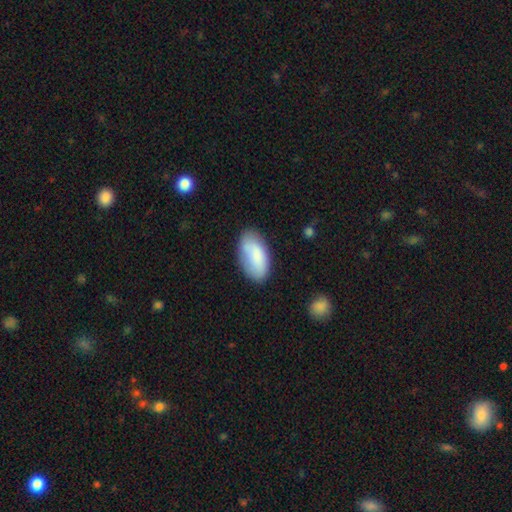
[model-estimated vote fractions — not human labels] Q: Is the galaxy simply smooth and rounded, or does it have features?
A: smooth — 81%.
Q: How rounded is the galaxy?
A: in between — 95%.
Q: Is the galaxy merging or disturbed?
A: none — 74%.